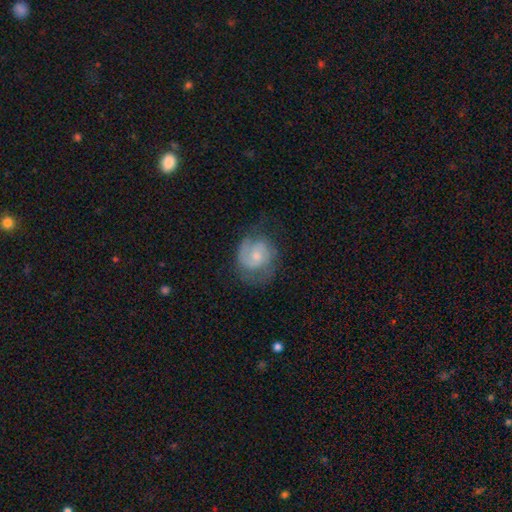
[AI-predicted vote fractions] smooth_or_featured: featured or disk (p=0.71) [alt: smooth p=0.22]
disk_edge_on: no (p=0.98) [alt: yes p=0.02]
bar: no (p=0.61) [alt: weak p=0.34]
has_spiral_arms: yes (p=0.92) [alt: no p=0.08]
spiral_winding: medium (p=0.44) [alt: tight p=0.41]
spiral_arm_count: 2 (p=0.71) [alt: can't tell p=0.13]
bulge_size: small (p=0.51) [alt: moderate p=0.40]
merging: none (p=0.64) [alt: minor disturbance p=0.22]